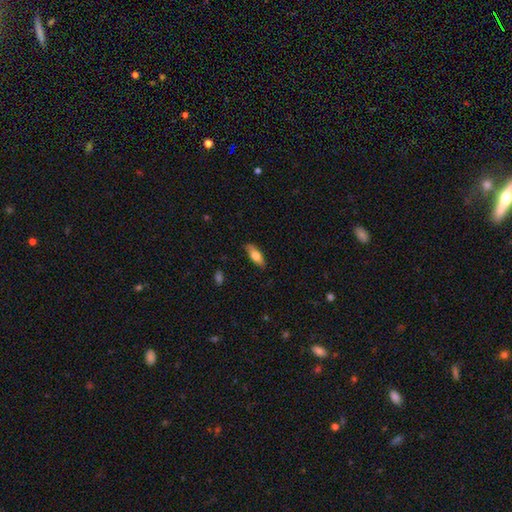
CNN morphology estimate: Smooth or featured? smooth (71%)
How rounded? in between (68%)
Merging? none (84%)